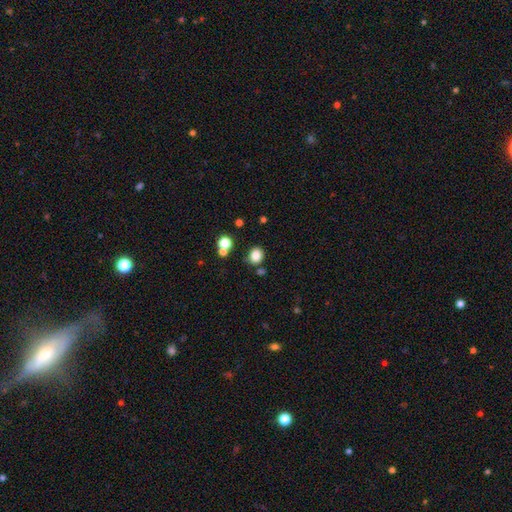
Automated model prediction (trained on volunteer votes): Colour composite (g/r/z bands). It shows a smooth galaxy with no disk features (83%) that is round (67%). Merging: none (77%).